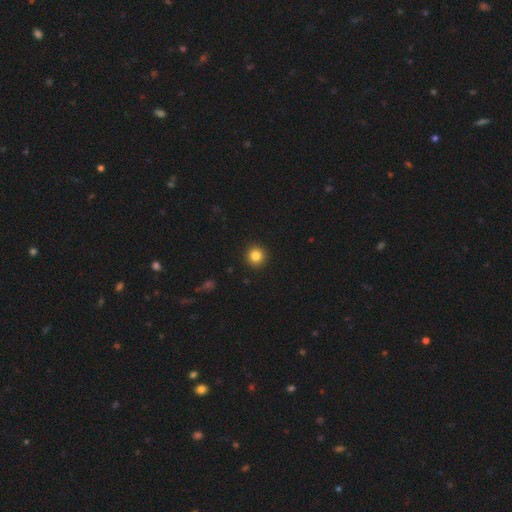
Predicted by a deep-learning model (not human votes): smooth_or_featured: smooth (p=0.84) [alt: star or artifact p=0.11]
how_rounded: round (p=0.95) [alt: in between p=0.04]
merging: none (p=0.93) [alt: minor disturbance p=0.04]